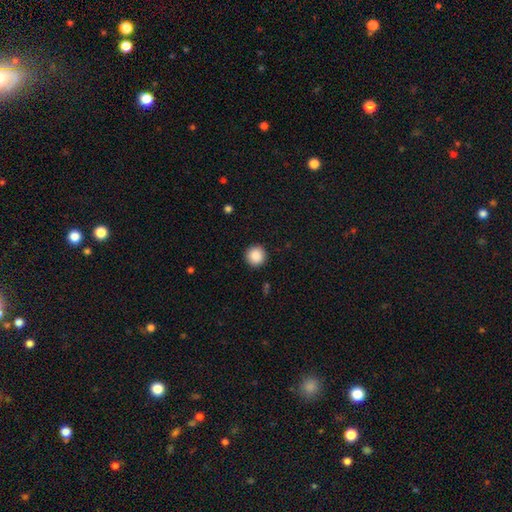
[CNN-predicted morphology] Overall: smooth (89%). How rounded: round (95%). Merging: none (92%).